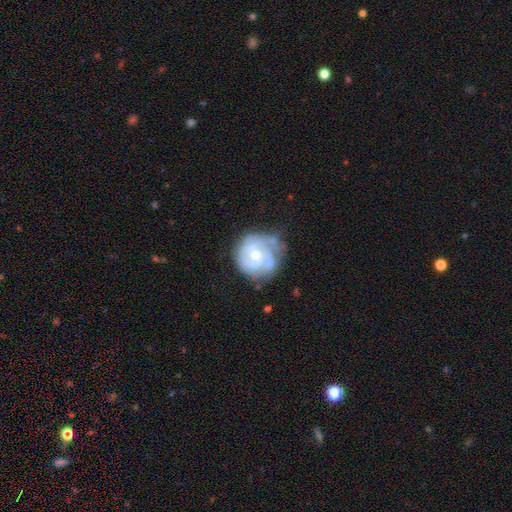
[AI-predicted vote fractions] This is clearly a featured or disk galaxy (88%). It is clearly not viewed edge-on (98%). Bar: possibly no (58%). Spiral arm pattern: clearly yes (96%). Spiral arm count: marginally 3 (34%). Spiral winding: likely tight (64%). Central bulge: possibly moderate (52%). Merging: likely none (66%).